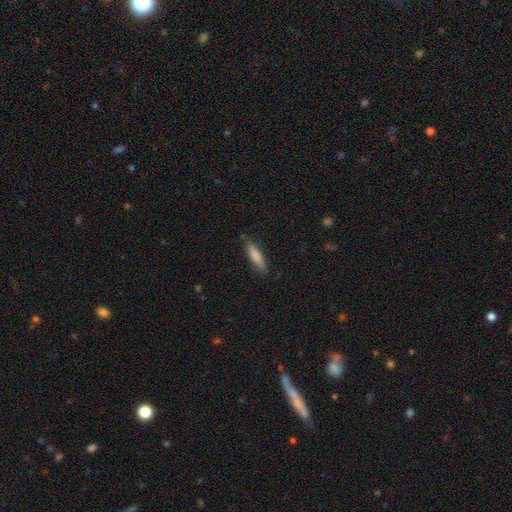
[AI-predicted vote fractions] smooth_or_featured: smooth (p=0.83) [alt: featured or disk p=0.11]
how_rounded: cigar-shaped (p=0.68) [alt: in between p=0.30]
merging: none (p=0.82) [alt: minor disturbance p=0.14]